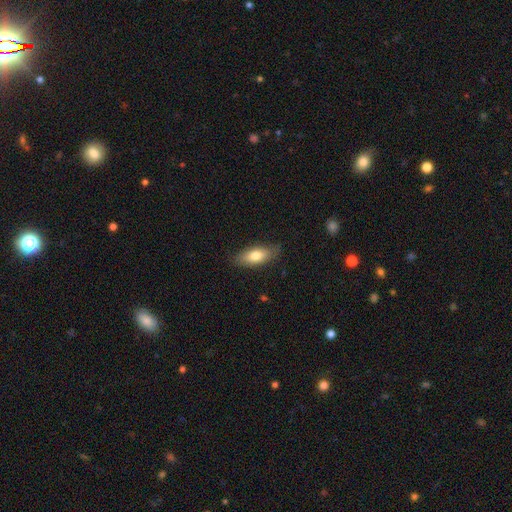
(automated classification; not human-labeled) smooth_or_featured: smooth (p=0.76) [alt: featured or disk p=0.17]
how_rounded: in between (p=0.79) [alt: cigar-shaped p=0.19]
merging: none (p=0.81) [alt: minor disturbance p=0.15]